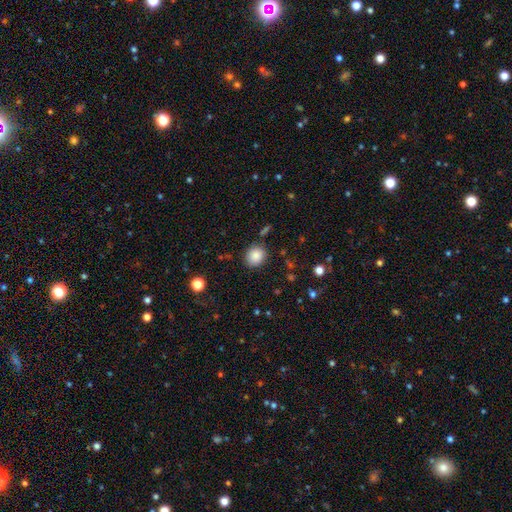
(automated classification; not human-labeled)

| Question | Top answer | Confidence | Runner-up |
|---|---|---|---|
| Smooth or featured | smooth | 86% | star or artifact (9%) |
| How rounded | round | 76% | in between (23%) |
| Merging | none | 83% | minor disturbance (10%) |